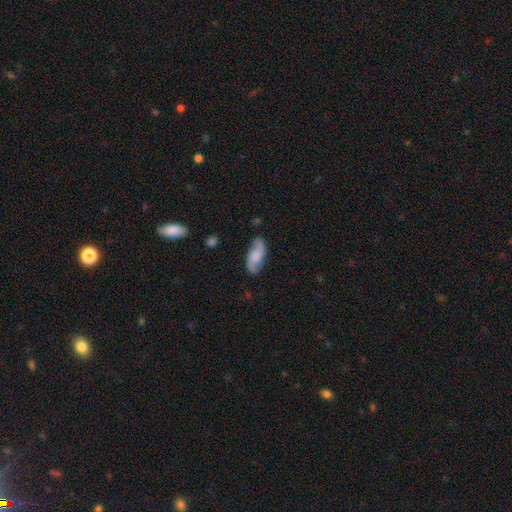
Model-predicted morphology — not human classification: This appears to be a featured or disk galaxy (56%) with no bar (59%), spiral arms (93%) and no central bulge (37%). Merging: none (79%).